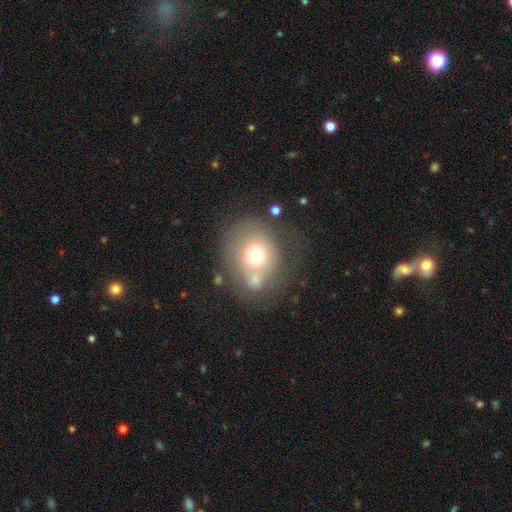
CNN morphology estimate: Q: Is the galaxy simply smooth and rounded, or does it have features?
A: smooth — 64%.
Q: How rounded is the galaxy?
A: round — 79%.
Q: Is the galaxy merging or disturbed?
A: none — 49%.